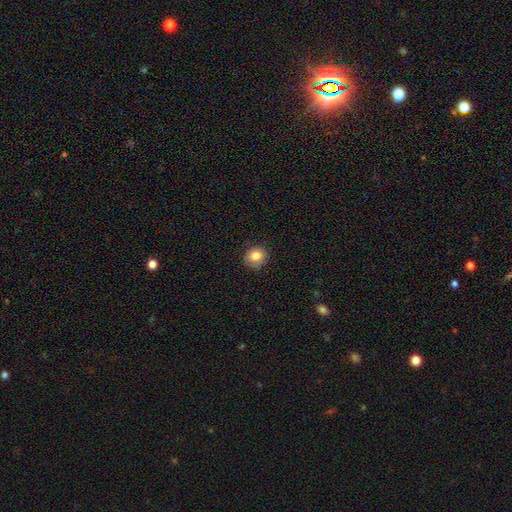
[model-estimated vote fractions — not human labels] Morphology: type=smooth (83%); roundness=round (77%); merging=none (84%).